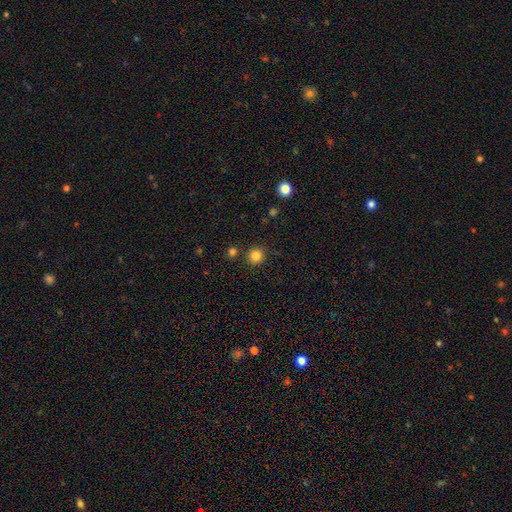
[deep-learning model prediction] This is clearly a smooth galaxy (84%). How rounded: clearly round (94%). Merging: clearly none (87%).